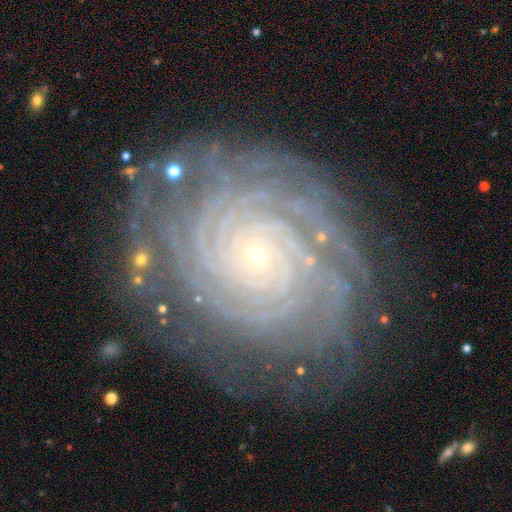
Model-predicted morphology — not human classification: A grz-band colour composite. It shows a featured or disk galaxy (90%) with no bar (83%), more than 4 (33%) tight (89%) spiral arms (98%) and a small central bulge (89%). Merging: none (80%).